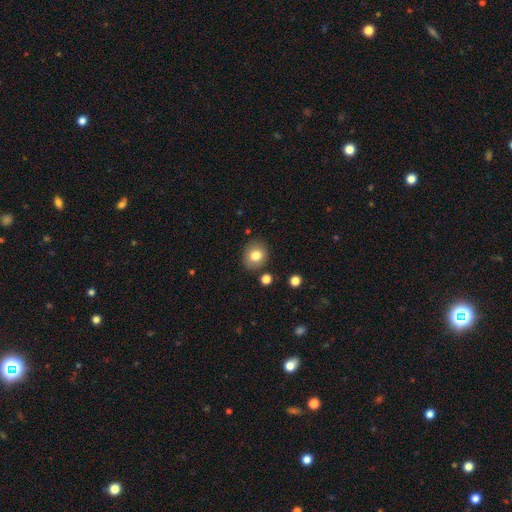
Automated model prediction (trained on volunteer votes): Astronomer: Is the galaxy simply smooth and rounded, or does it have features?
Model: smooth — 80%.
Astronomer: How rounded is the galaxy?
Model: round — 72%.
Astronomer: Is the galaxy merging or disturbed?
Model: none — 85%.